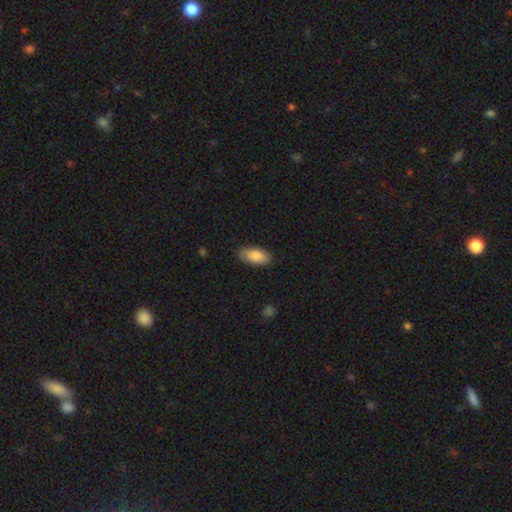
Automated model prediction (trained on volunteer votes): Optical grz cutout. It shows a smooth galaxy with no disk features (87%) that is in between round and cigar-shaped (89%). Merging: none (81%).